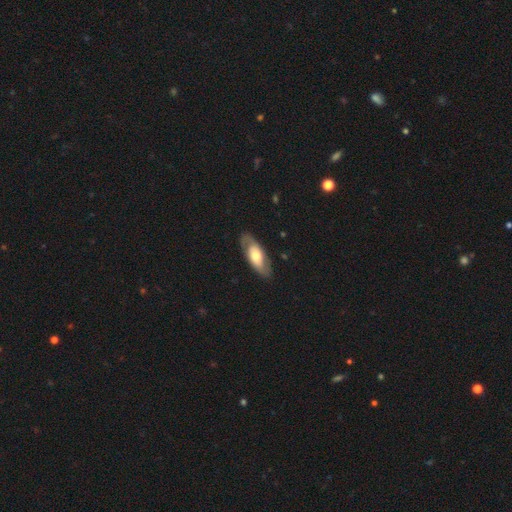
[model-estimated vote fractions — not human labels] A featured or disk galaxy (51%).

Vote fractions:
- Smooth or featured? featured or disk: 51% / smooth: 44% / star or artifact: 5%
- Edge-on disk? no: 80% / yes: 20%
- Merging? none: 81% / minor disturbance: 14% / major disturbance: 5% / merger: 1%